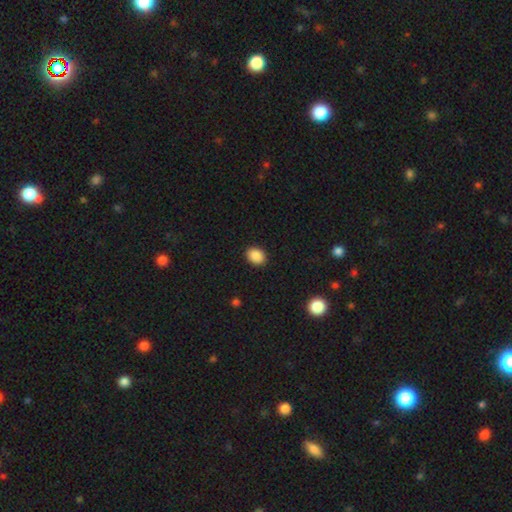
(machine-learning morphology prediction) A smooth galaxy with no disk features (89%) that is in between round and cigar-shaped (57%). Merging: none (91%).